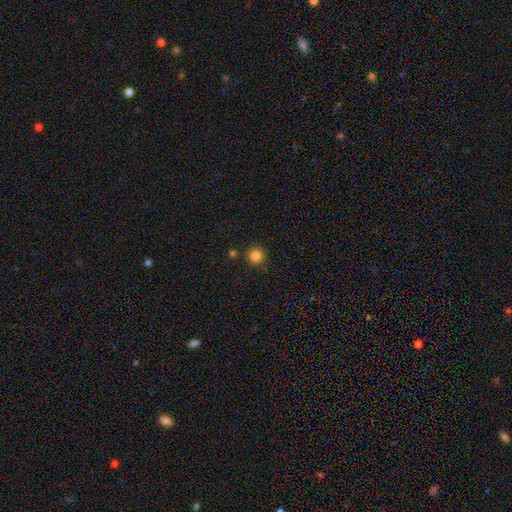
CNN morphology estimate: Smooth or featured?
  - smooth: 85% *
  - star or artifact: 12%
  - featured or disk: 3%
How rounded?
  - round: 94% *
  - in between: 5%
  - cigar-shaped: 1%
Merging?
  - none: 87% *
  - minor disturbance: 7%
  - merger: 4%
  - major disturbance: 2%